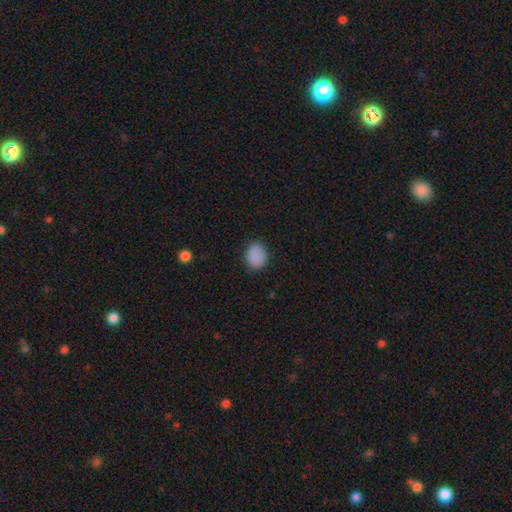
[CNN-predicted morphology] This is clearly a smooth galaxy (87%). How rounded: possibly round (53%). Merging: clearly none (84%).